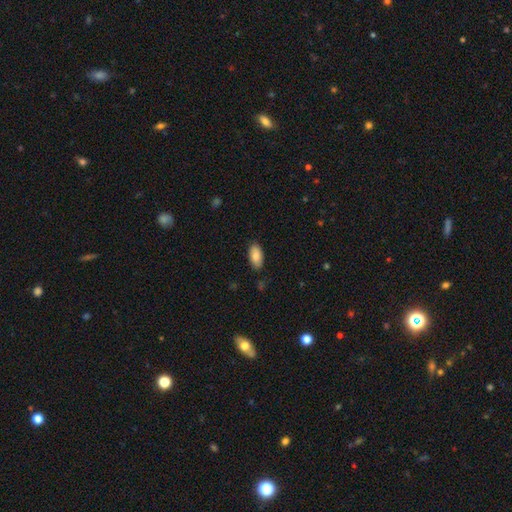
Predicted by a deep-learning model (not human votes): Smooth or featured? smooth (84%)
How rounded? in between (93%)
Merging? none (85%)